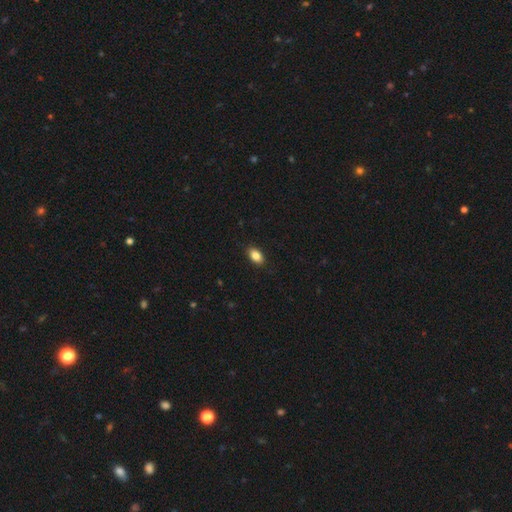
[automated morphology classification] Overall: smooth (86%). How rounded: in between (90%). Merging: none (89%).